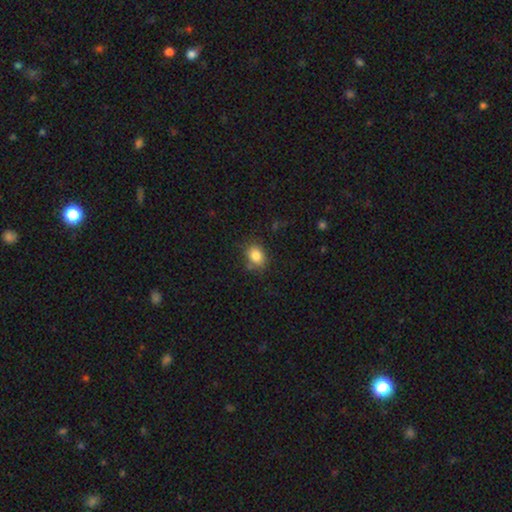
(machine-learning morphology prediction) Overall: smooth (83%). How rounded: in between (52%; round 47%). Merging: none (75%).